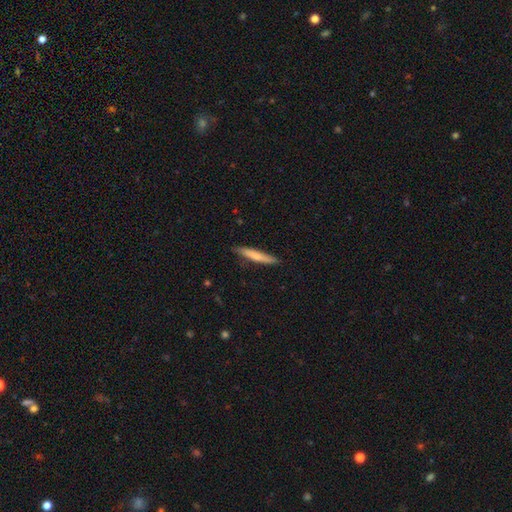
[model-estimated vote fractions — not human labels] A smooth galaxy with no disk features (71%) that is cigar-shaped (93%). Merging: none (84%).